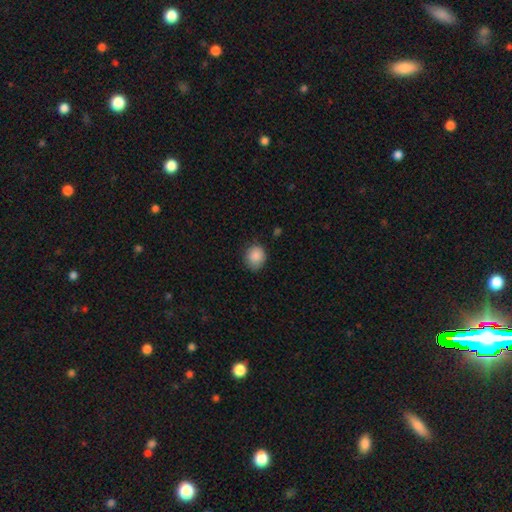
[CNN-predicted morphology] This appears to be a smooth galaxy with no disk features (88%) that is round (75%). Merging: none (76%).